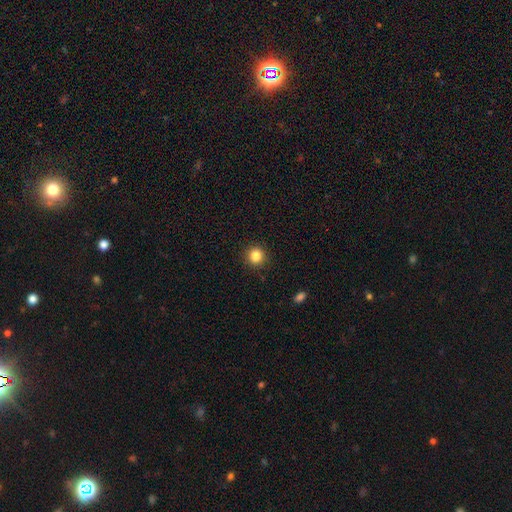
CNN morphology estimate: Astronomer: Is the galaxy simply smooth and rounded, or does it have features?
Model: smooth — 85%.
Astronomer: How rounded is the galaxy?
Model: round — 92%.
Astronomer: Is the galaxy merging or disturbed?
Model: none — 92%.